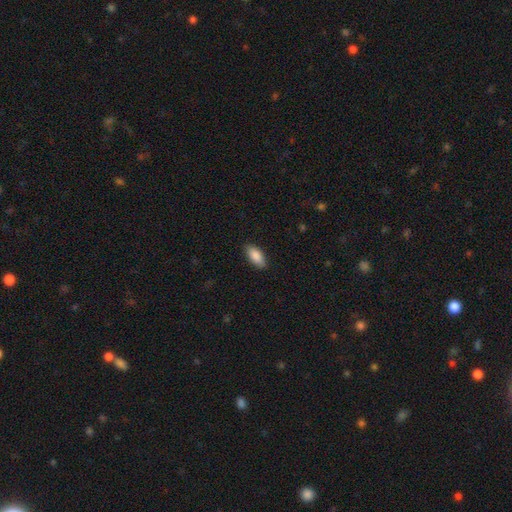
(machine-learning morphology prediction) smooth 89%, star or artifact 6%, featured or disk 5%. Down the decision tree: how rounded — in between (89%); merging — none (87%).